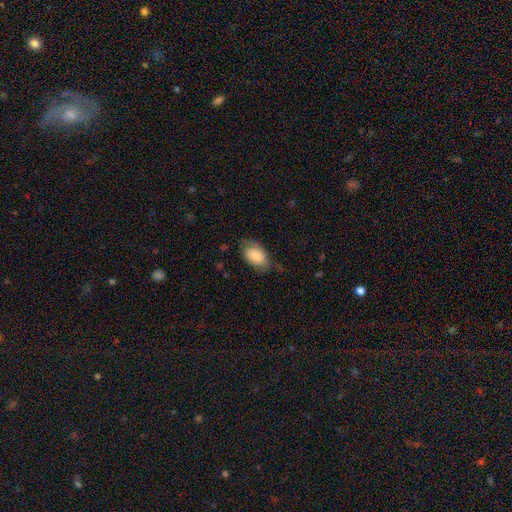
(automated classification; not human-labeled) smooth 80%, featured or disk 14%, star or artifact 6%. Down the decision tree: how rounded — in between (92%); merging — none (64%).